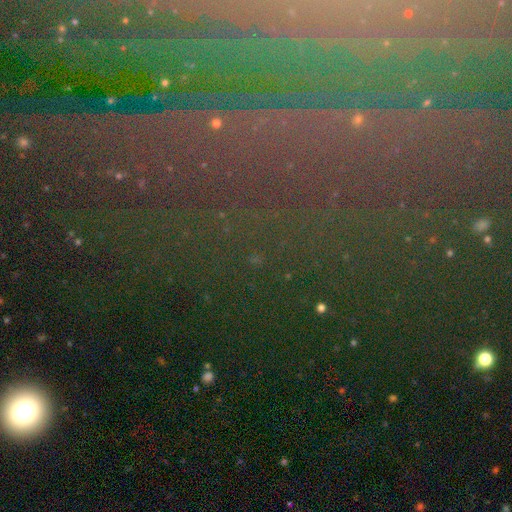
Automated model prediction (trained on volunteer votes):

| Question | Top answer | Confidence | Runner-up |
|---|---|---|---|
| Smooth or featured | star or artifact | 65% | featured or disk (19%) |